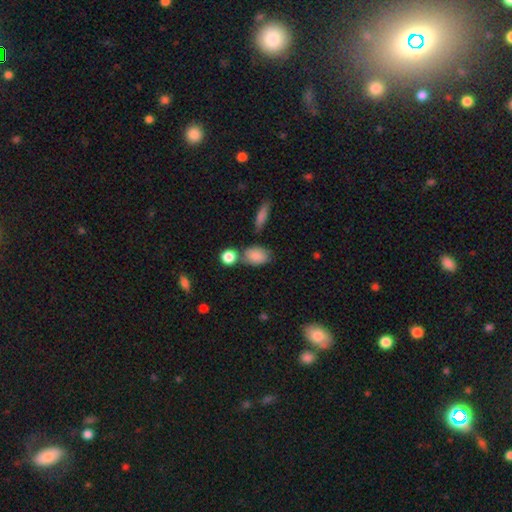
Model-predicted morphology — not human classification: A smooth galaxy with no disk features (85%) that is in between round and cigar-shaped (80%). Merging: none (55%).